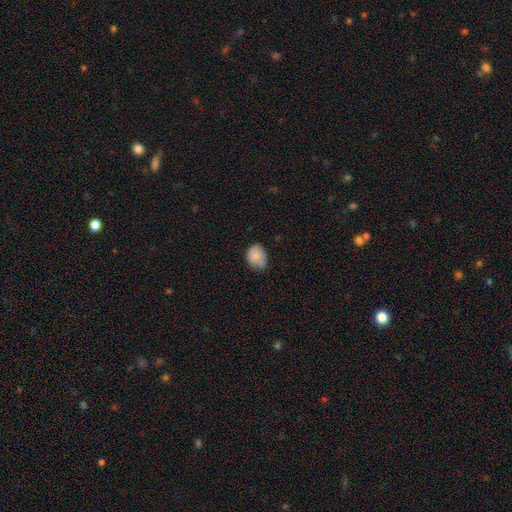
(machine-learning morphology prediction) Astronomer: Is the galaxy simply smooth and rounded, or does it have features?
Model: smooth — 81%.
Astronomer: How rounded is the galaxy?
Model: in between — 58% (runner-up: round, 41%).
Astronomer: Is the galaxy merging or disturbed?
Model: none — 57% (runner-up: minor disturbance, 33%).